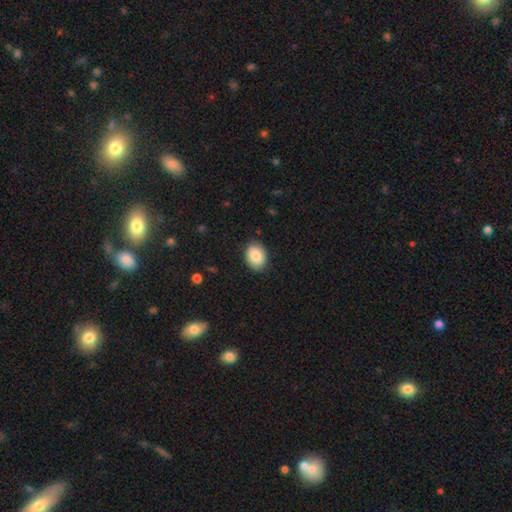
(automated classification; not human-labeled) A smooth galaxy with no disk features (82%) that is in between round and cigar-shaped (67%).

Vote fractions:
- Smooth or featured? smooth: 82% / featured or disk: 11% / star or artifact: 7%
- How rounded? in between: 67% / round: 32% / cigar-shaped: 1%
- Merging? none: 83% / minor disturbance: 14% / major disturbance: 3% / merger: 1%